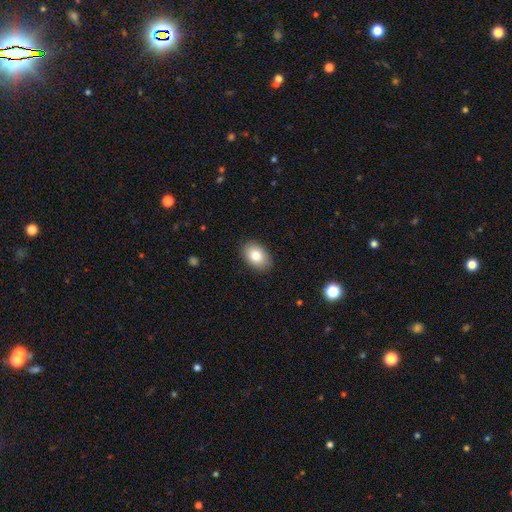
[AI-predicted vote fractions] Smooth or featured? Predicted: smooth (p=0.80). How rounded? Predicted: in between (p=0.83). Merging? Predicted: none (p=0.87).